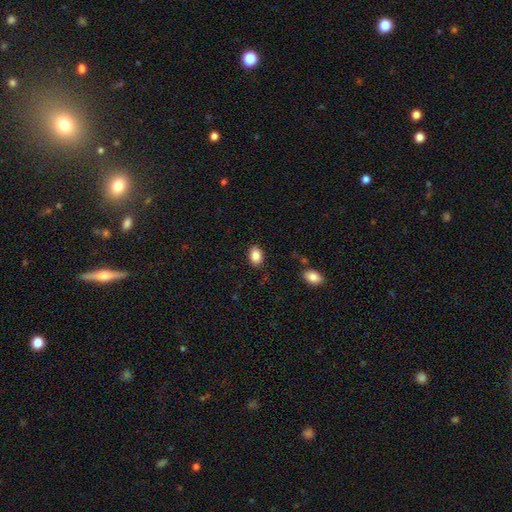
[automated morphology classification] Smooth or featured?
  - smooth: 87% *
  - star or artifact: 8%
  - featured or disk: 5%
How rounded?
  - in between: 83% *
  - round: 16%
  - cigar-shaped: 1%
Merging?
  - none: 87% *
  - minor disturbance: 9%
  - major disturbance: 2%
  - merger: 1%